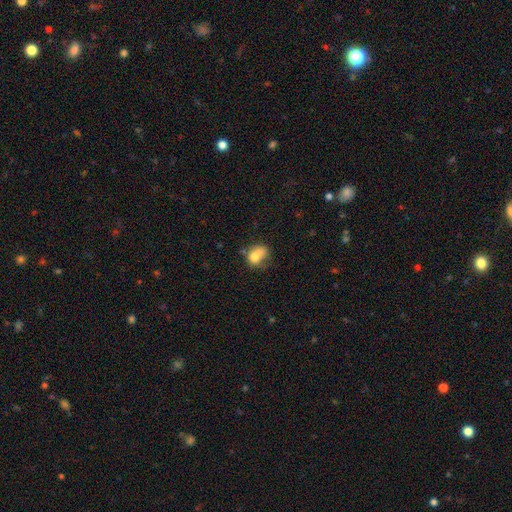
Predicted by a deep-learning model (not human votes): A smooth galaxy with no disk features (71%) that is in between round and cigar-shaped (52%).

Vote fractions:
- Smooth or featured? smooth: 71% / featured or disk: 19% / star or artifact: 11%
- How rounded? in between: 52% / round: 46% / cigar-shaped: 1%
- Merging? merger: 33% / none: 31% / minor disturbance: 21% / major disturbance: 14%